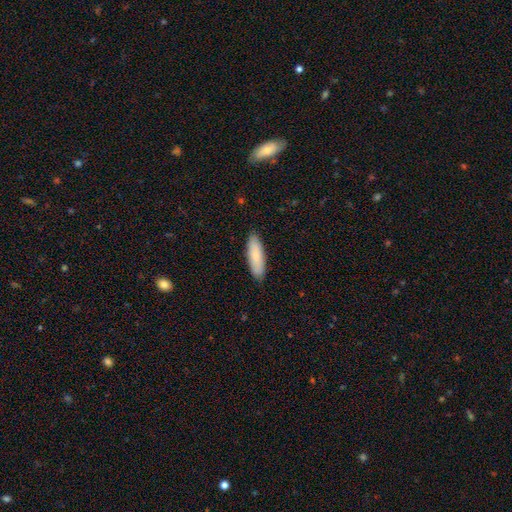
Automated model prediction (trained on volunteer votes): The model was most divided on "how rounded": cigar-shaped: 51%, in between: 48%, round: 1%. More confident: merging — none (88%); smooth or featured — smooth (82%).